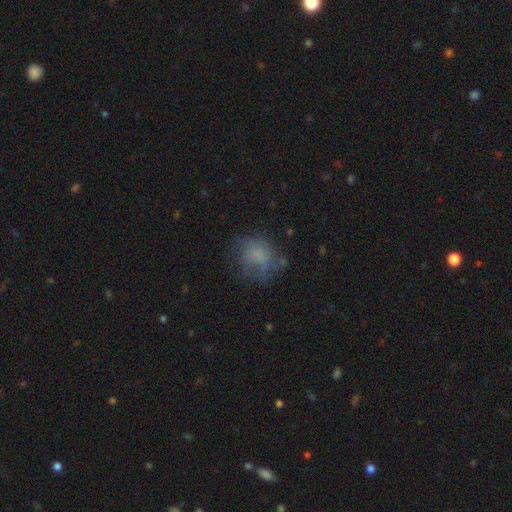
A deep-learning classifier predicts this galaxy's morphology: Q: Smooth or featured?
A: smooth (62%); runner-up: featured or disk (23%)
Q: How rounded?
A: round (69%); runner-up: in between (30%)
Q: Merging?
A: none (61%); runner-up: minor disturbance (22%)